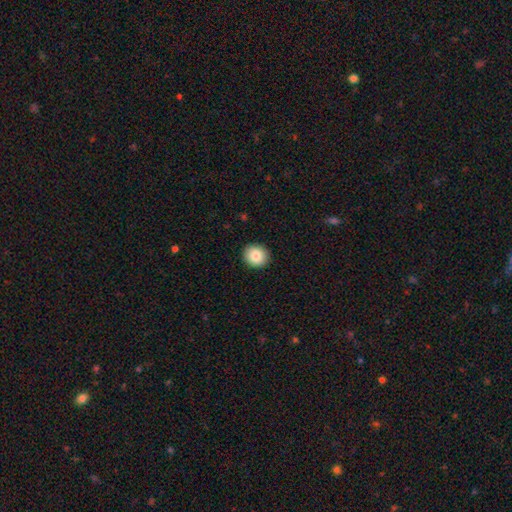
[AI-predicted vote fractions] This appears to be a smooth galaxy with no disk features (84%) that is round (83%). Merging: none (92%).